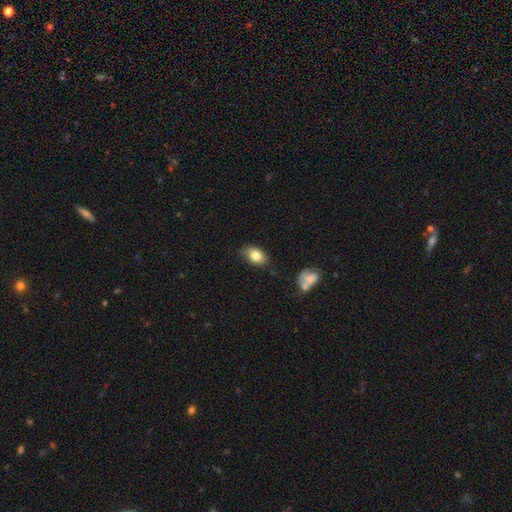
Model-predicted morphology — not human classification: smooth_or_featured: smooth (p=0.81) [alt: featured or disk p=0.11]
how_rounded: in between (p=0.84) [alt: round p=0.14]
merging: none (p=0.72) [alt: minor disturbance p=0.22]